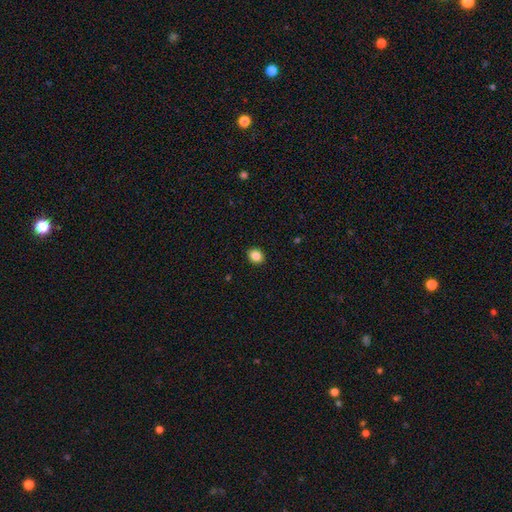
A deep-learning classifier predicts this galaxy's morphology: Smooth or featured? Predicted: smooth (p=0.86). How rounded? Predicted: round (p=0.61). Merging? Predicted: none (p=0.92).